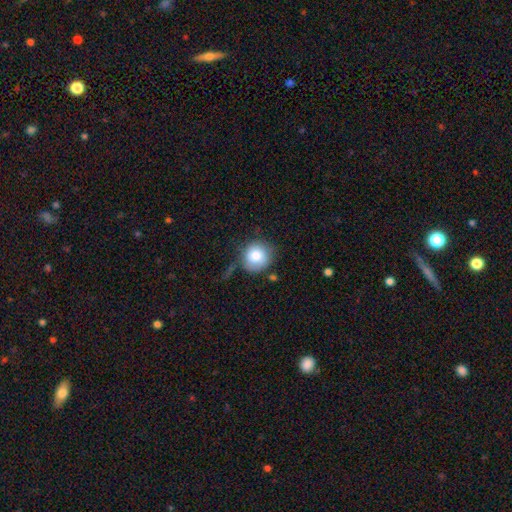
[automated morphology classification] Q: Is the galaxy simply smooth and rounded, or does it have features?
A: smooth — 82%.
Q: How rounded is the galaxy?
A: round — 89%.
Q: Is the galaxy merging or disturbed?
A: none — 62%.